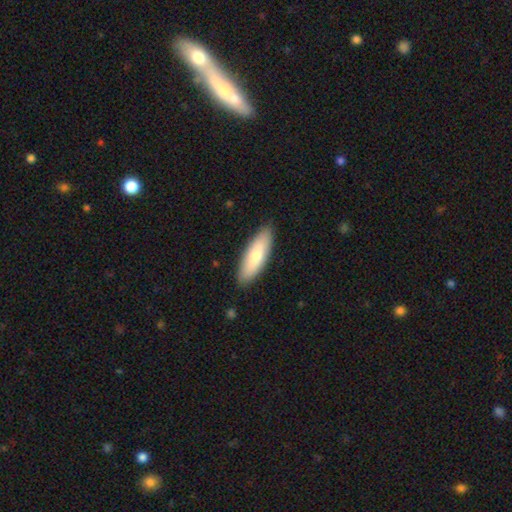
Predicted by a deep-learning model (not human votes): smooth 74%, featured or disk 21%, star or artifact 5%. Down the decision tree: how rounded — in between (57%); merging — none (88%).